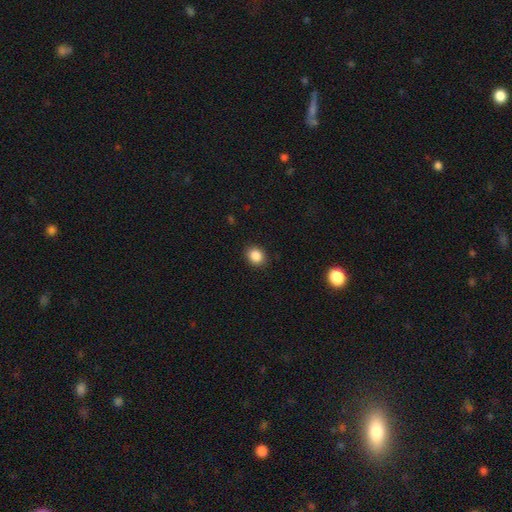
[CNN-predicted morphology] smooth-or-featured: smooth: 87% | star or artifact: 10% | featured or disk: 4%
  how-rounded: round: 65% | in between: 34% | cigar-shaped: 1%
  merging: none: 89% | minor disturbance: 8% | major disturbance: 2% | merger: 1%